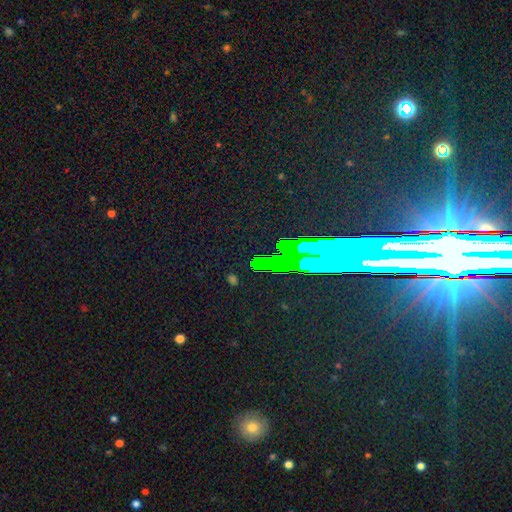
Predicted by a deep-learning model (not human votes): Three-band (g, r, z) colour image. It shows a star or artifact, not a galaxy (74%).